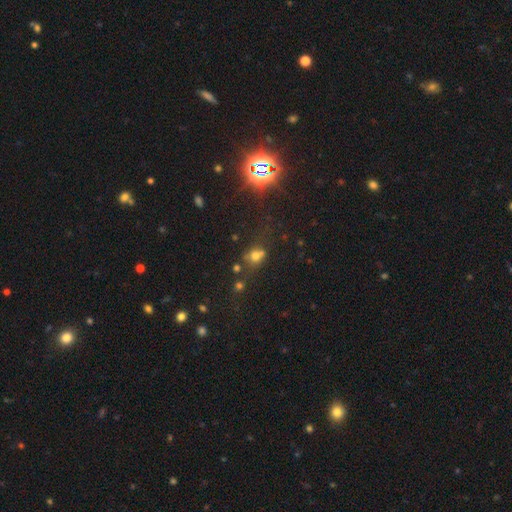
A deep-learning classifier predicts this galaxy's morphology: Smooth or featured? Predicted: smooth (p=0.65). How rounded? Predicted: round (p=0.69). Merging? Predicted: none (p=0.49).